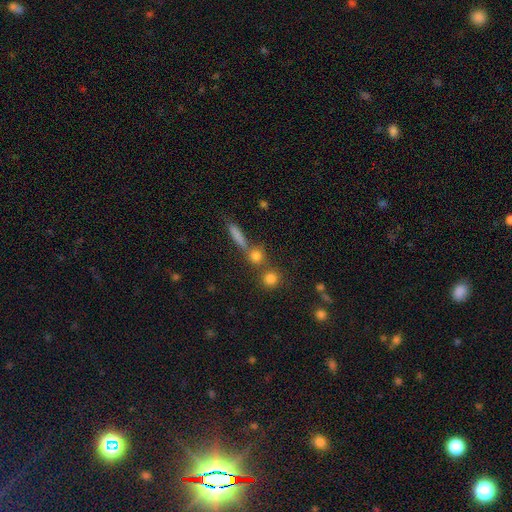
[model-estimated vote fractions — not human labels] This is likely a smooth galaxy (76%). How rounded: likely round (78%). Merging: likely none (61%).